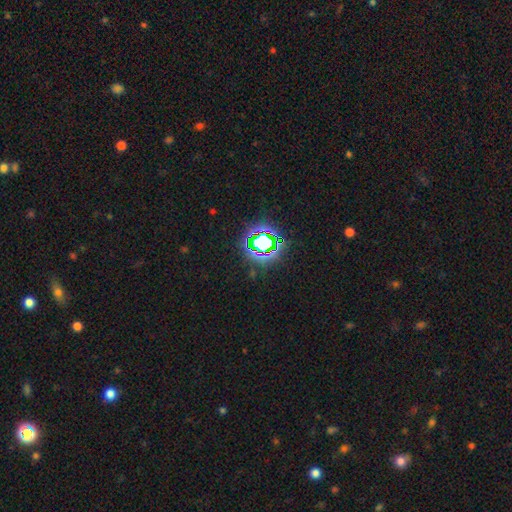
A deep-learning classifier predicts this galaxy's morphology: smooth_or_featured: star or artifact (p=0.81) [alt: smooth p=0.12]